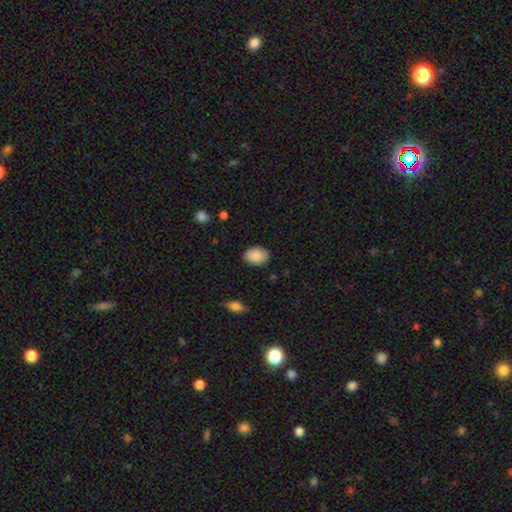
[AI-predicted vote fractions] Q: Smooth or featured?
A: smooth (88%); runner-up: star or artifact (7%)
Q: How rounded?
A: in between (79%); runner-up: round (20%)
Q: Merging?
A: none (85%); runner-up: minor disturbance (12%)